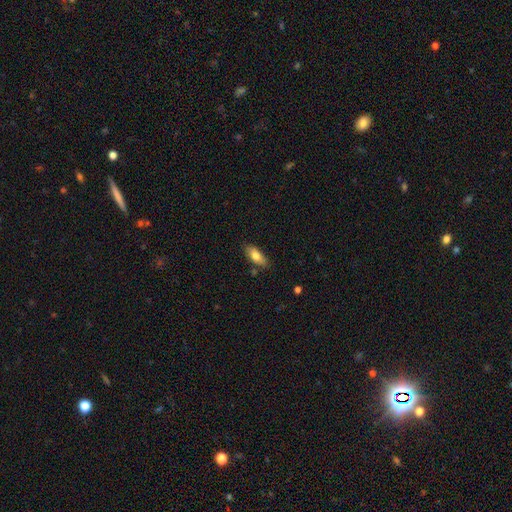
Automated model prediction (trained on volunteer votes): Morphology: type=smooth (75%); roundness=in between (78%); merging=none (80%).